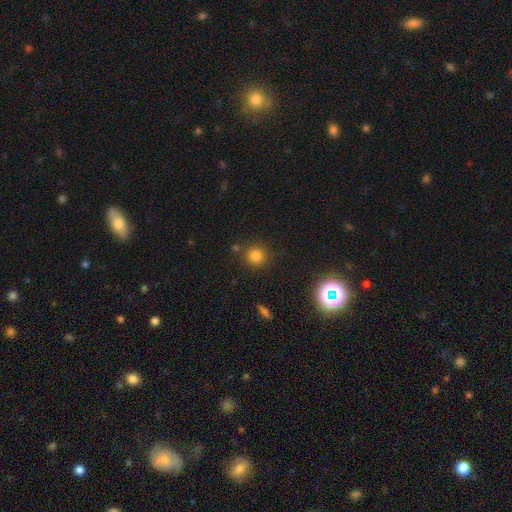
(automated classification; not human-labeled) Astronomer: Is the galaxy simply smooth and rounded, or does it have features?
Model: smooth — 79%.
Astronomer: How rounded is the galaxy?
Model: round — 92%.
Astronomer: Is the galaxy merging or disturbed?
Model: none — 83%.